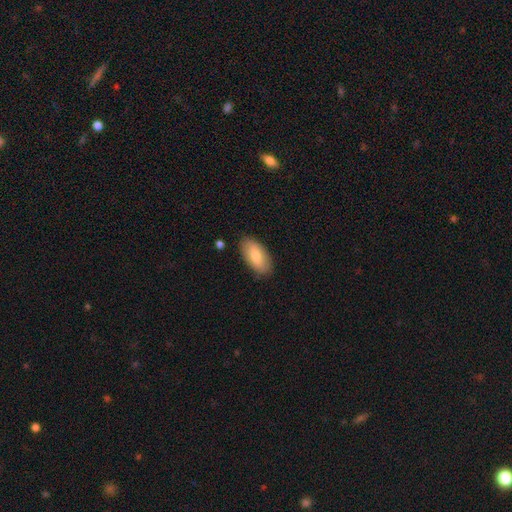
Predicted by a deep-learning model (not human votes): A smooth galaxy with no disk features (76%) that is in between round and cigar-shaped (92%). Merging: none (85%).